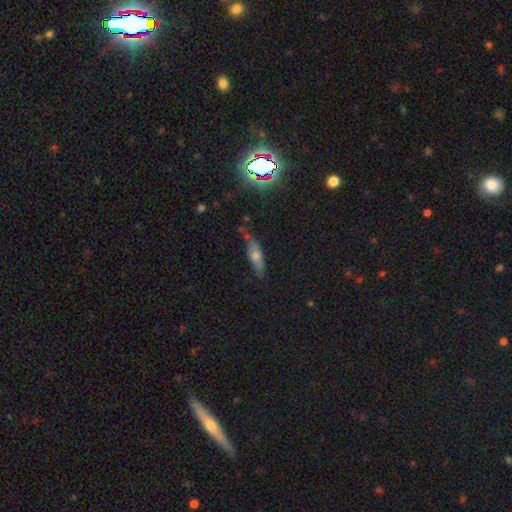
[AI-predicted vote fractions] smooth 50%, featured or disk 36%, star or artifact 14%. Down the decision tree: merging — none (67%).